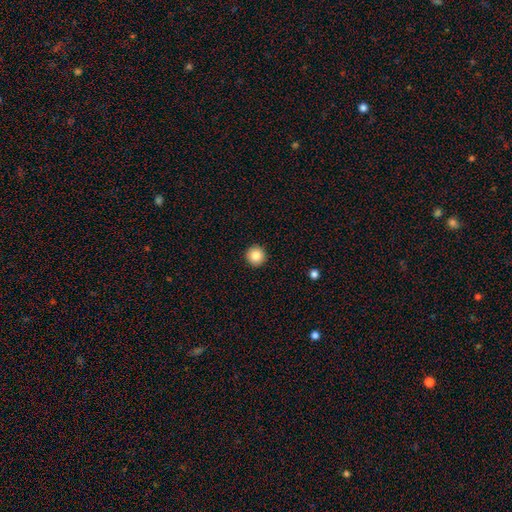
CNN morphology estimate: Overall: smooth (85%). How rounded: round (96%). Merging: none (93%).